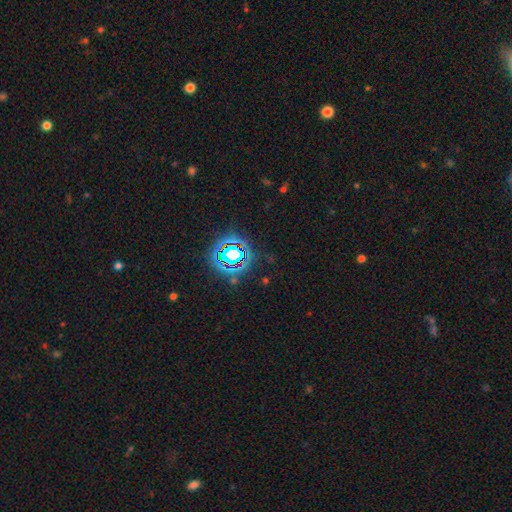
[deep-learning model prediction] This is clearly a star or artifact rather than a galaxy (81%).